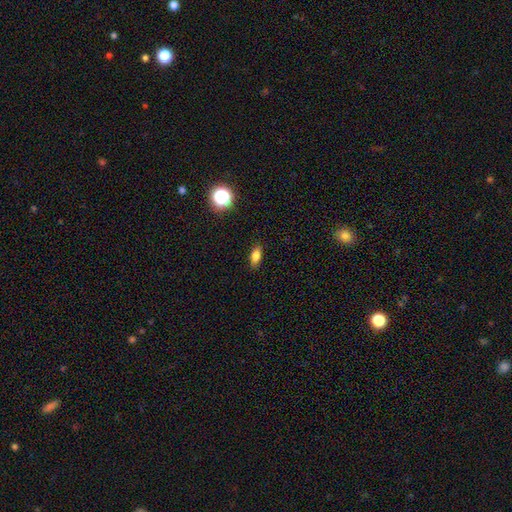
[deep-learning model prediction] A smooth galaxy with no disk features (80%) that is in between round and cigar-shaped (80%).

Vote fractions:
- Smooth or featured? smooth: 80% / star or artifact: 11% / featured or disk: 9%
- How rounded? in between: 80% / cigar-shaped: 13% / round: 8%
- Merging? none: 88% / minor disturbance: 9% / major disturbance: 2% / merger: 1%